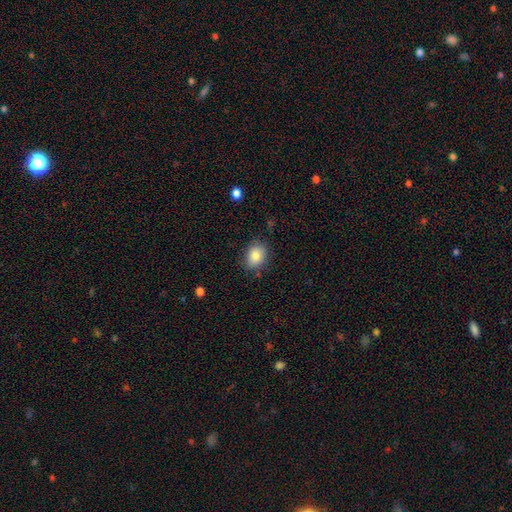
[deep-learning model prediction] Morphology: type=smooth (83%); roundness=in between (59%); merging=none (81%).